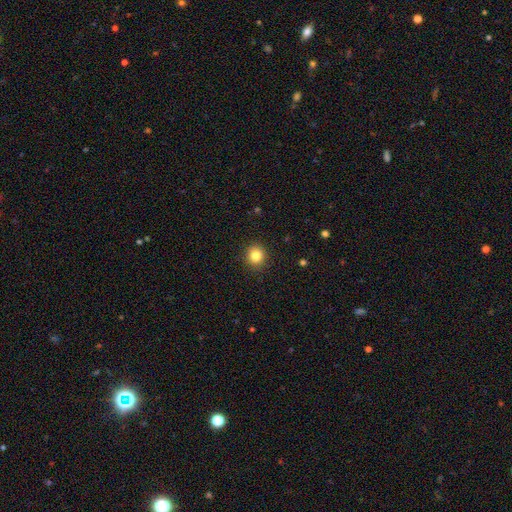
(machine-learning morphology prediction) Overall: smooth (83%). How rounded: round (87%). Merging: none (91%).